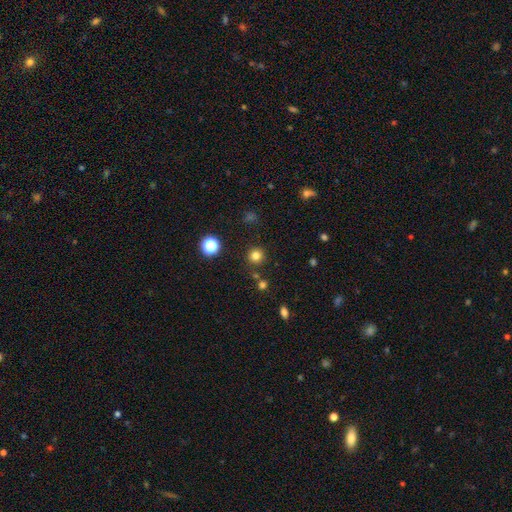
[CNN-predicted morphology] type=smooth (78%); roundness=round (94%); merging=none (87%).